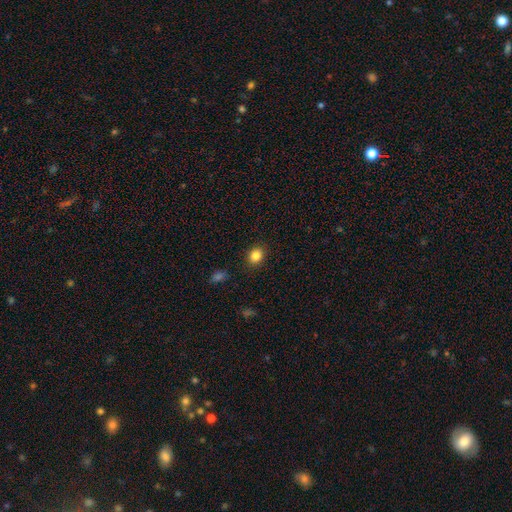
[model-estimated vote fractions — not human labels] Smooth or featured: smooth — 85% (star or artifact — 10%)
How rounded: round — 56% (in between — 43%)
Merging: none — 89% (minor disturbance — 8%)